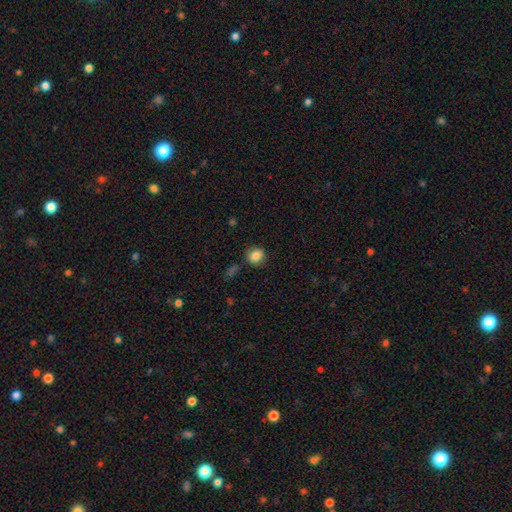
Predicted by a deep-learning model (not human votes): Smooth or featured?
  - smooth: 85% *
  - star or artifact: 10%
  - featured or disk: 5%
How rounded?
  - round: 71% *
  - in between: 28%
  - cigar-shaped: 1%
Merging?
  - none: 78% *
  - minor disturbance: 14%
  - merger: 4%
  - major disturbance: 4%